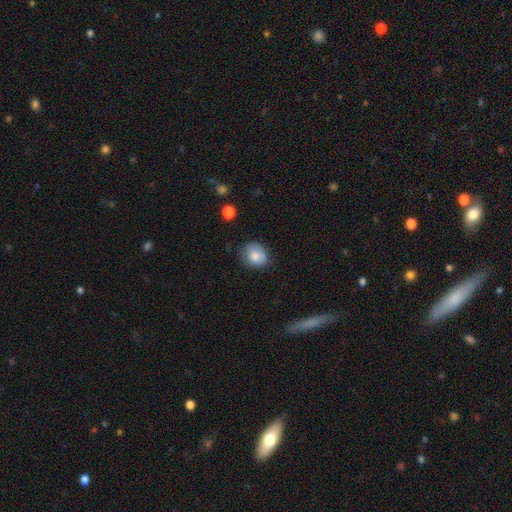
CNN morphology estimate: Smooth or featured? smooth (79%)
How rounded? round (59%)
Merging? none (67%)